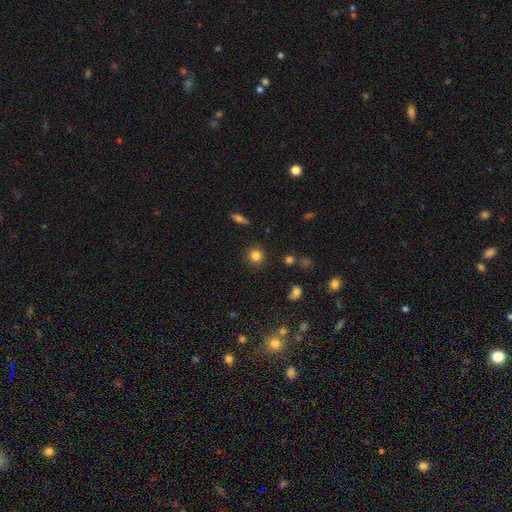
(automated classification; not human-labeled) Smooth or featured? smooth (82%)
How rounded? round (92%)
Merging? none (89%)